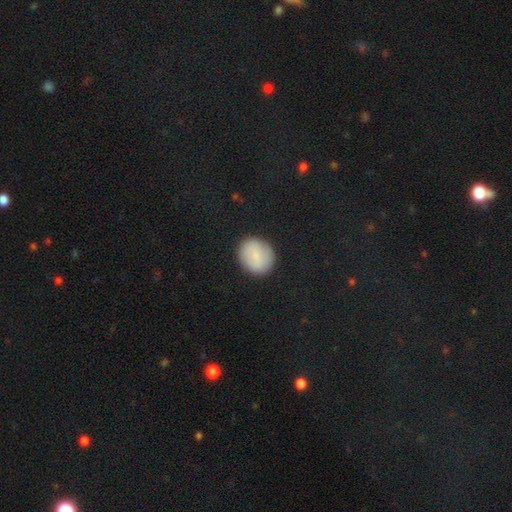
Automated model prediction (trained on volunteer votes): A smooth galaxy with no disk features (81%) that is round (65%). Merging: none (88%).